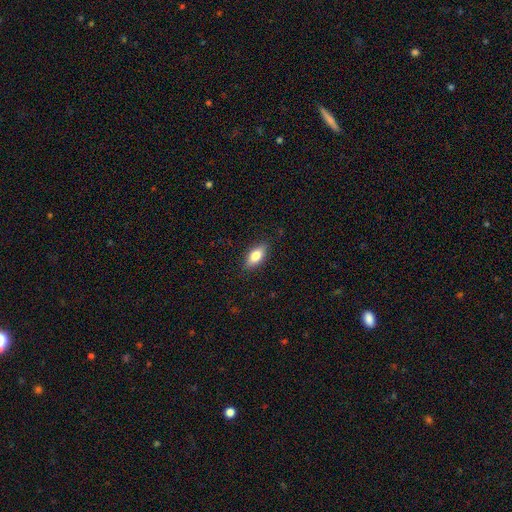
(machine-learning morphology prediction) Overall: smooth (74%). How rounded: in between (81%). Merging: none (86%).